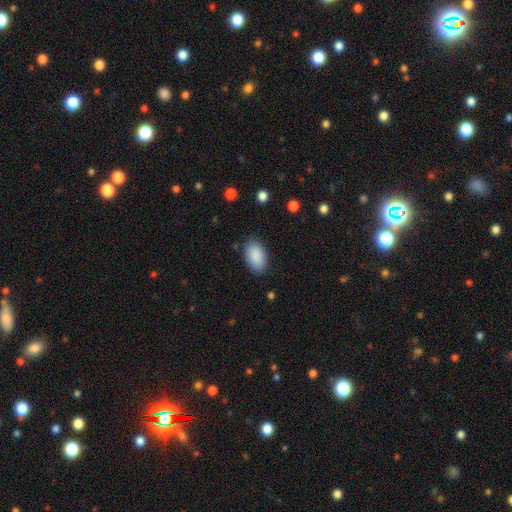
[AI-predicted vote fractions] The model was most divided on "merging": none: 85%, minor disturbance: 11%, major disturbance: 3%, merger: 1%. More confident: how rounded — in between (93%); smooth or featured — smooth (90%).